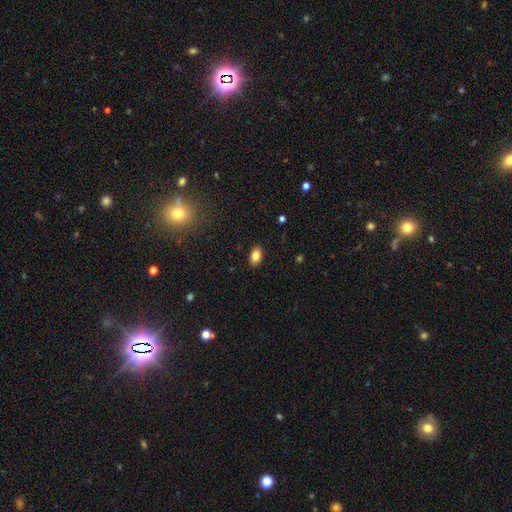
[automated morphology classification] The model was most divided on "smooth or featured": smooth: 83%, star or artifact: 9%, featured or disk: 8%. More confident: how rounded — in between (90%); merging — none (89%).